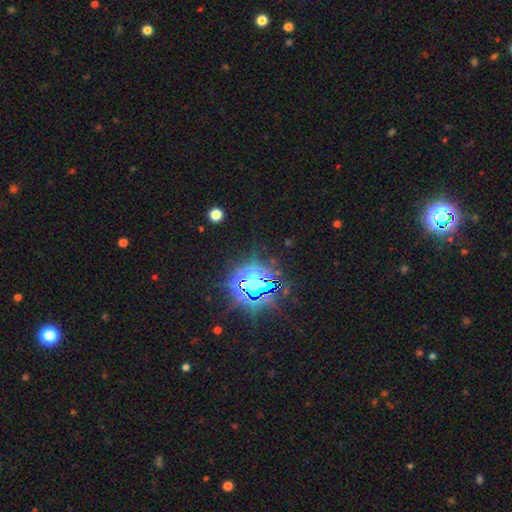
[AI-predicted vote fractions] Smooth or featured?
  - star or artifact: 84% *
  - smooth: 10%
  - featured or disk: 6%